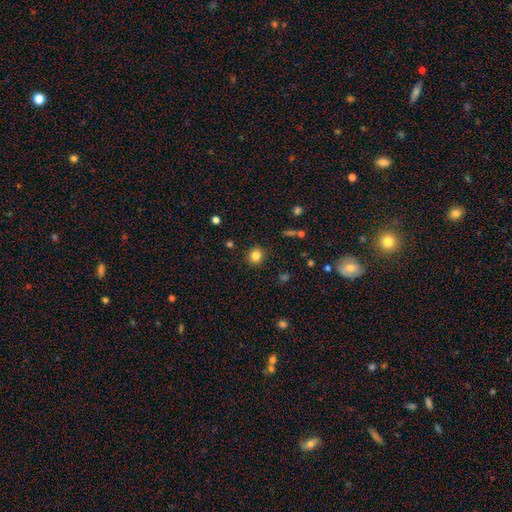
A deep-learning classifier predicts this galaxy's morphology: Q: Smooth or featured?
A: smooth (83%); runner-up: star or artifact (11%)
Q: How rounded?
A: round (87%); runner-up: in between (12%)
Q: Merging?
A: none (90%); runner-up: minor disturbance (6%)